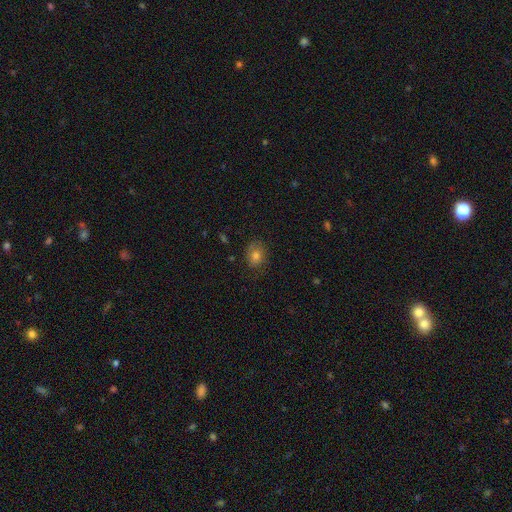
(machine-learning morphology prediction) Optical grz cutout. It shows a smooth galaxy with no disk features (66%) that is in between round and cigar-shaped (52%). Merging: none (74%).